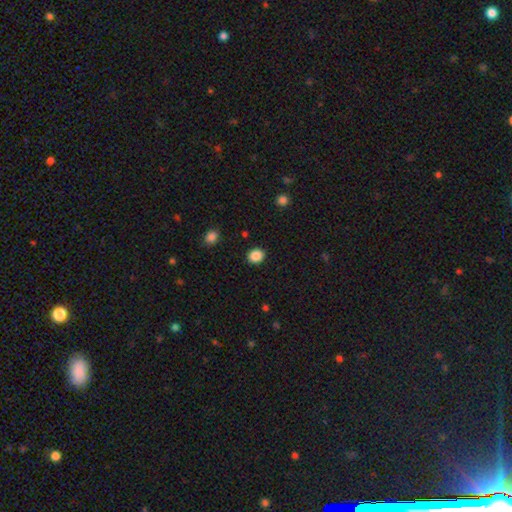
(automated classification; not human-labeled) smooth-or-featured: smooth: 87% | star or artifact: 10% | featured or disk: 3%
  how-rounded: round: 66% | in between: 34% | cigar-shaped: 1%
  merging: none: 91% | minor disturbance: 6% | major disturbance: 2% | merger: 1%